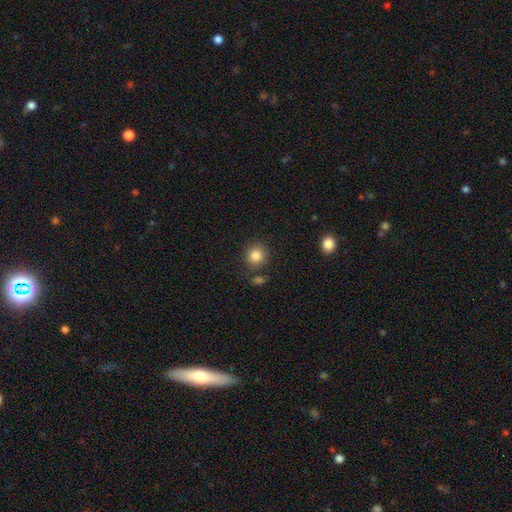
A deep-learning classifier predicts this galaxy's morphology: This appears to be a smooth galaxy with no disk features (84%) that is round (87%). Merging: none (80%).